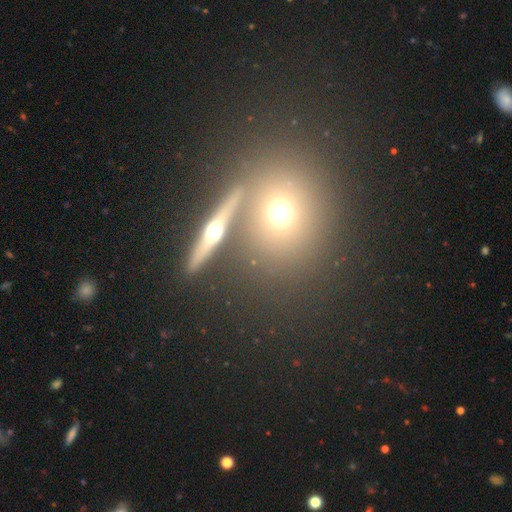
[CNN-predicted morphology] A smooth galaxy with no disk features (48%). Merging: none (67%).